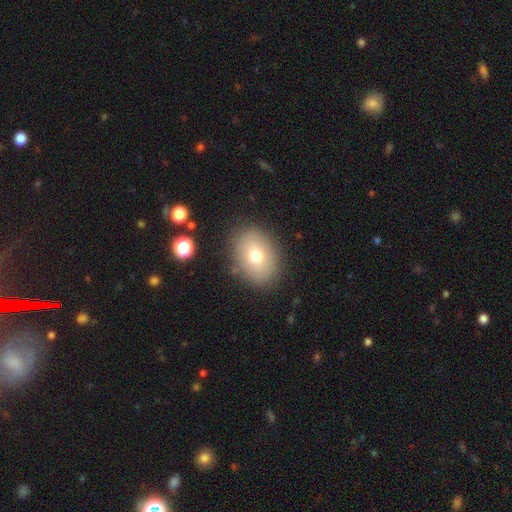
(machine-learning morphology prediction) type=smooth (71%); roundness=in between (67%); merging=none (84%).